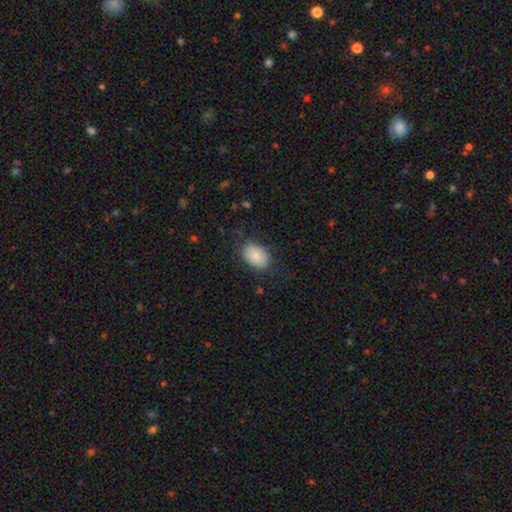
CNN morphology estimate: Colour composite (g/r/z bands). It shows a smooth galaxy with no disk features (84%) that is in between round and cigar-shaped (85%). Merging: none (81%).